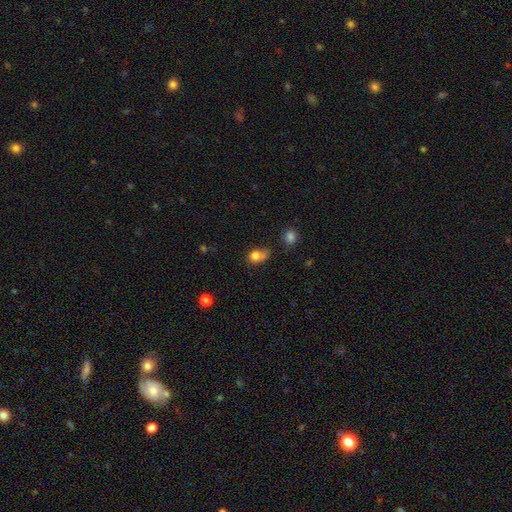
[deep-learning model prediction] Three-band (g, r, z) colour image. It shows a smooth galaxy with no disk features (79%) that is round (58%). Merging: none (36%).